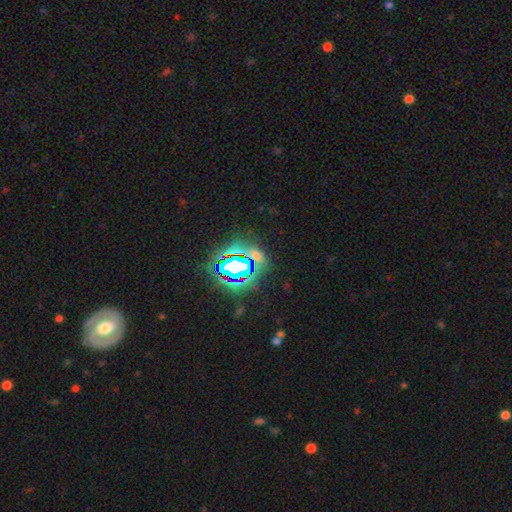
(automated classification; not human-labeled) Q: Smooth or featured?
A: star or artifact (71%); runner-up: smooth (19%)